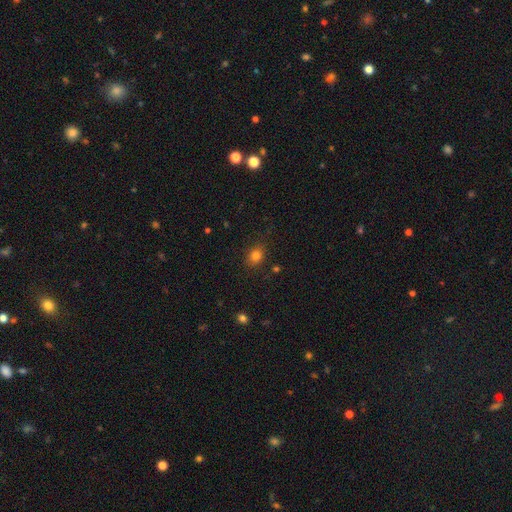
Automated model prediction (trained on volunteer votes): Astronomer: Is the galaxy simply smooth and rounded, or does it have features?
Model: smooth — 80%.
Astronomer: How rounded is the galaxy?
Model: round — 57% (runner-up: in between, 42%).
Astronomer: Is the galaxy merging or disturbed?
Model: none — 84%.